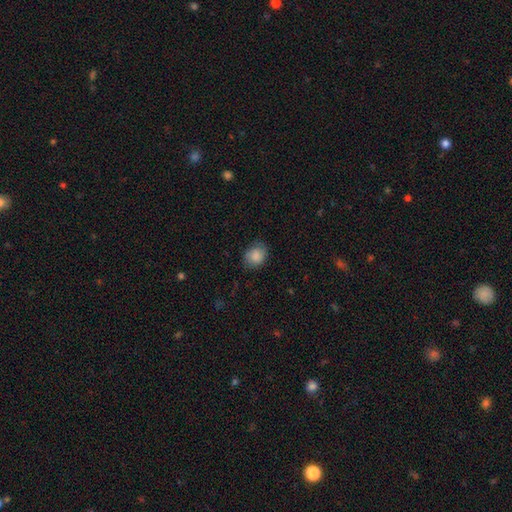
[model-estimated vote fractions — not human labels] Morphology: type=smooth (85%); roundness=round (54%); merging=none (72%).